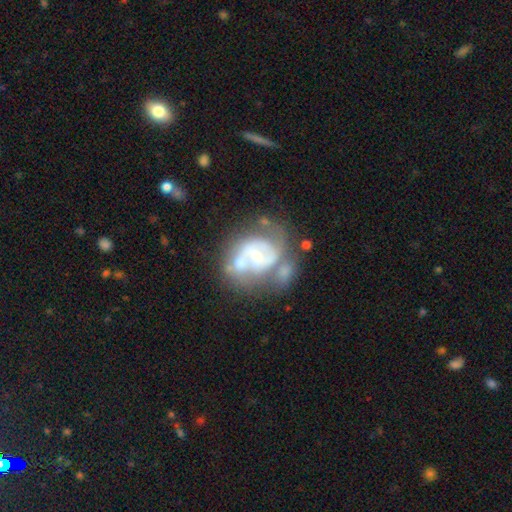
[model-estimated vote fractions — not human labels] Smooth or featured? Predicted: featured or disk (p=0.76). Edge-on disk? Predicted: no (p=0.97). Bar? Predicted: no (p=0.52). Spiral arms? Predicted: yes (p=0.74). Spiral winding? Predicted: medium (p=0.43). Spiral arm count? Predicted: 2 (p=0.59). Bulge size? Predicted: small (p=0.52). Merging? Predicted: merger (p=0.32, tied with none).